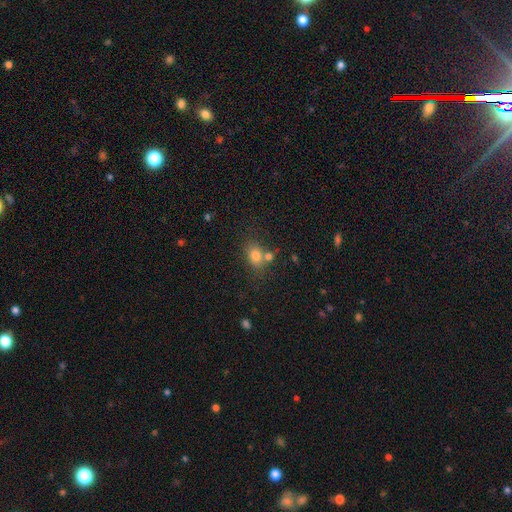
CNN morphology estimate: Smooth or featured? Predicted: smooth (p=0.78). How rounded? Predicted: in between (p=0.63). Merging? Predicted: none (p=0.56).